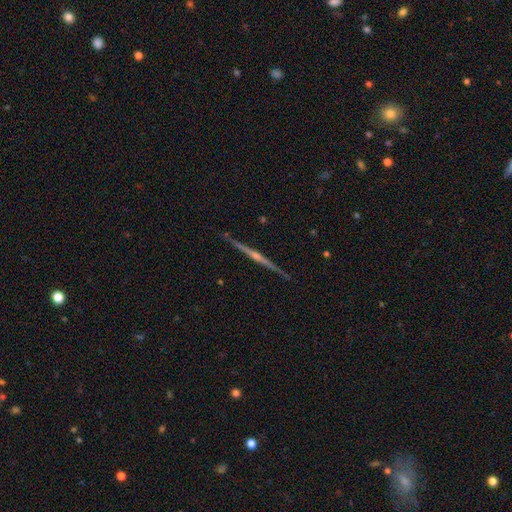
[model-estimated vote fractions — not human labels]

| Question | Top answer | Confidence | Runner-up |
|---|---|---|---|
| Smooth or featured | featured or disk | 83% | smooth (10%) |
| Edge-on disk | yes | 98% | no (2%) |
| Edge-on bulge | rounded | 77% | none (15%) |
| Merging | none | 91% | minor disturbance (6%) |